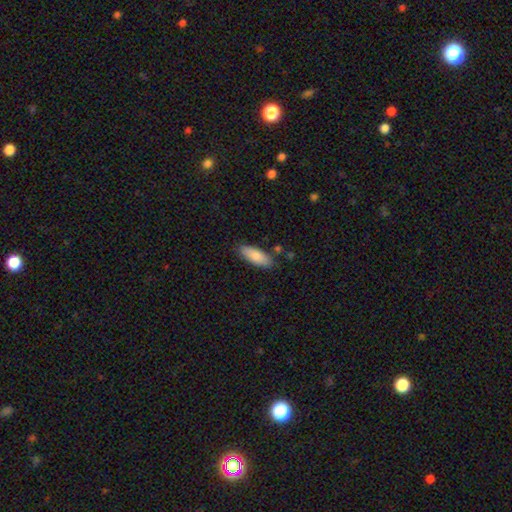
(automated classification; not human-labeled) A smooth galaxy with no disk features (85%) that is in between round and cigar-shaped (70%).

Vote fractions:
- Smooth or featured? smooth: 85% / featured or disk: 9% / star or artifact: 6%
- How rounded? in between: 70% / cigar-shaped: 28% / round: 2%
- Merging? none: 82% / minor disturbance: 13% / merger: 3% / major disturbance: 3%